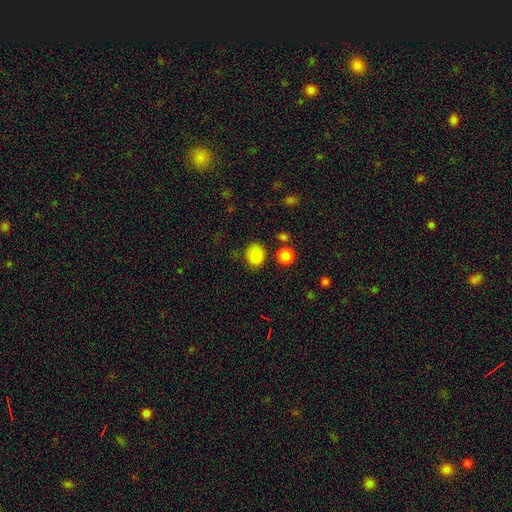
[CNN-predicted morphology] A smooth galaxy with no disk features (85%) that is round (60%).

Vote fractions:
- Smooth or featured? smooth: 85% / star or artifact: 12% / featured or disk: 4%
- How rounded? round: 60% / in between: 39% / cigar-shaped: 1%
- Merging? none: 76% / minor disturbance: 15% / major disturbance: 5% / merger: 4%